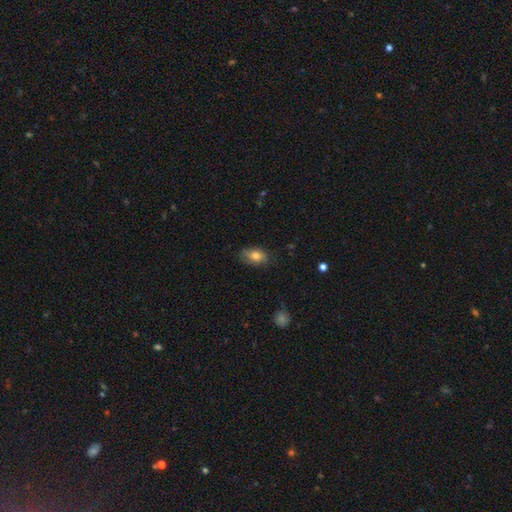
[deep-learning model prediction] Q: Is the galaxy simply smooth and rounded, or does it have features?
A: smooth — 77%.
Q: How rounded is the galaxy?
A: in between — 88%.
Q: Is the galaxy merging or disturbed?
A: none — 70%.